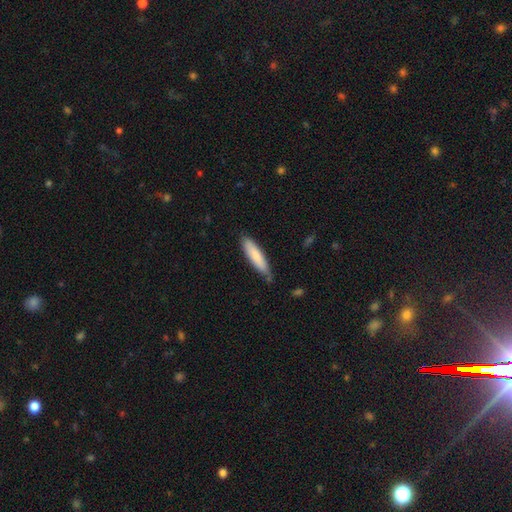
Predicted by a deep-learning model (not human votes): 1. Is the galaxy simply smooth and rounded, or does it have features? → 80% smooth, 14% featured or disk, 5% star or artifact.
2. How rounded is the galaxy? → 79% cigar-shaped, 20% in between, 1% round.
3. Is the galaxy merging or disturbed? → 74% none, 21% minor disturbance, 3% major disturbance, 2% merger.